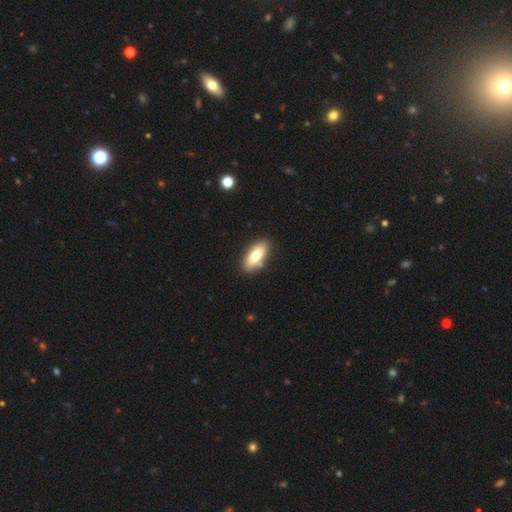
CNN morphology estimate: Smooth or featured?
  - smooth: 75% *
  - featured or disk: 19%
  - star or artifact: 6%
How rounded?
  - in between: 83% *
  - cigar-shaped: 14%
  - round: 3%
Merging?
  - none: 84% *
  - minor disturbance: 10%
  - merger: 4%
  - major disturbance: 2%